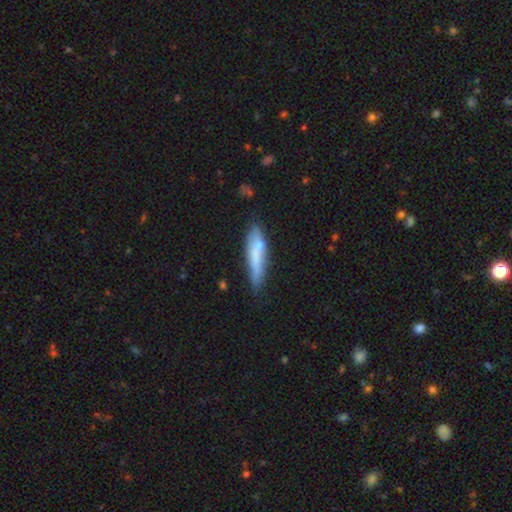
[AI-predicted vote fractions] smooth-or-featured: smooth: 64% | featured or disk: 29% | star or artifact: 7%
  how-rounded: cigar-shaped: 78% | in between: 20% | round: 2%
  merging: none: 61% | minor disturbance: 24% | merger: 8% | major disturbance: 7%